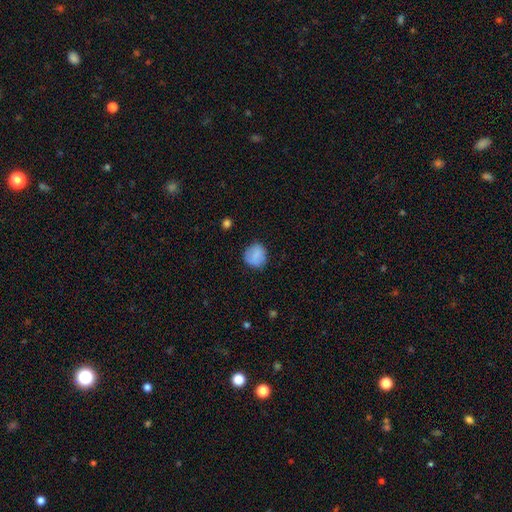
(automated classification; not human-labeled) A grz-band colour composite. It shows a smooth galaxy with no disk features (83%) that is round (83%). Merging: none (81%).